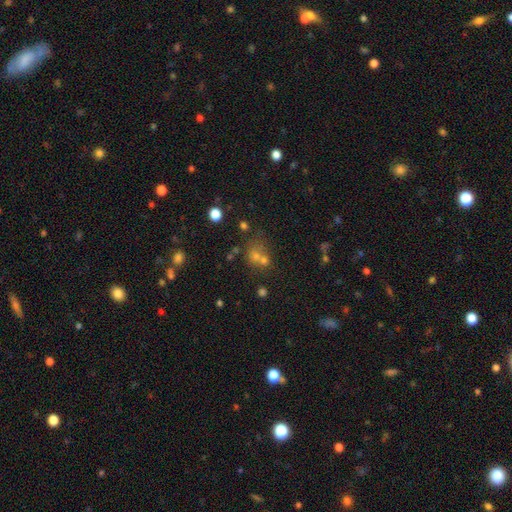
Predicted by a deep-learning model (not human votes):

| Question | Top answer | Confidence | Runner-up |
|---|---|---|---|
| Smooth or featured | smooth | 50% | star or artifact (36%) |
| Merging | none | 47% | merger (38%) |